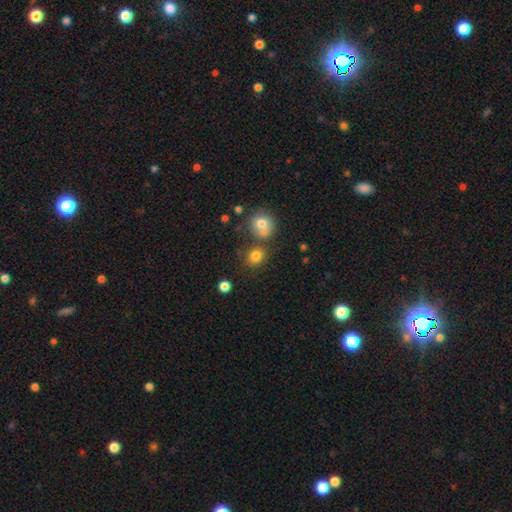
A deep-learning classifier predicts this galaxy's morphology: This is likely a smooth galaxy (79%). How rounded: likely round (76%). Merging: likely none (66%).